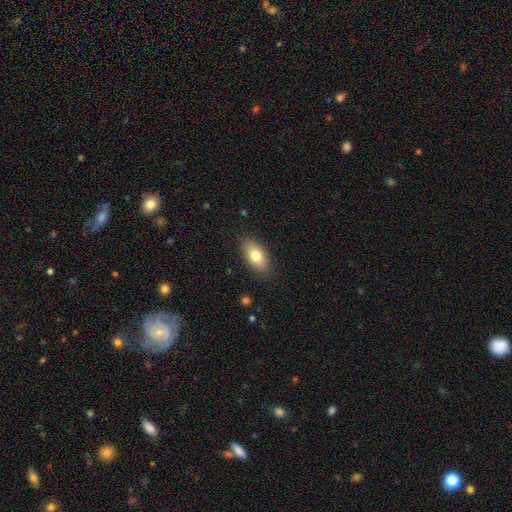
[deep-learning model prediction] This appears to be a smooth galaxy with no disk features (79%) that is in between round and cigar-shaped (90%). Merging: none (86%).